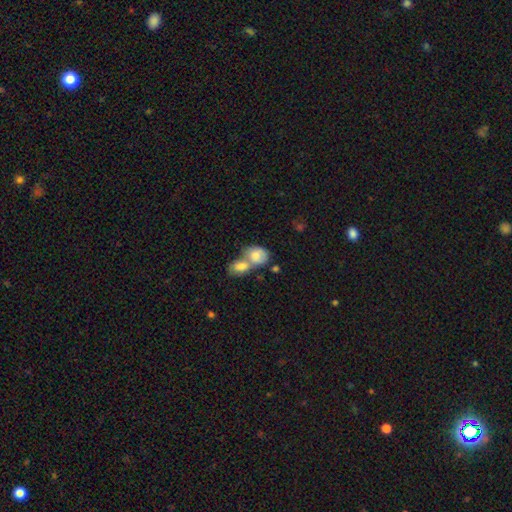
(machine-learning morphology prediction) A smooth galaxy with no disk features (76%) that is in between round and cigar-shaped (70%). Merging: merger (74%).